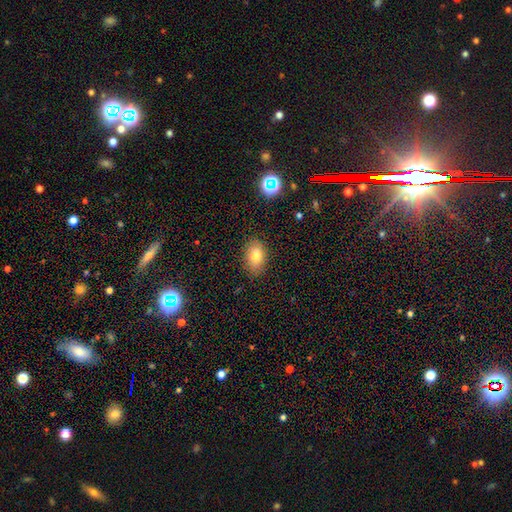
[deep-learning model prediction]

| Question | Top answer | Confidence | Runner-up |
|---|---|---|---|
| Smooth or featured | smooth | 79% | featured or disk (11%) |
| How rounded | in between | 87% | round (12%) |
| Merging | none | 86% | minor disturbance (10%) |